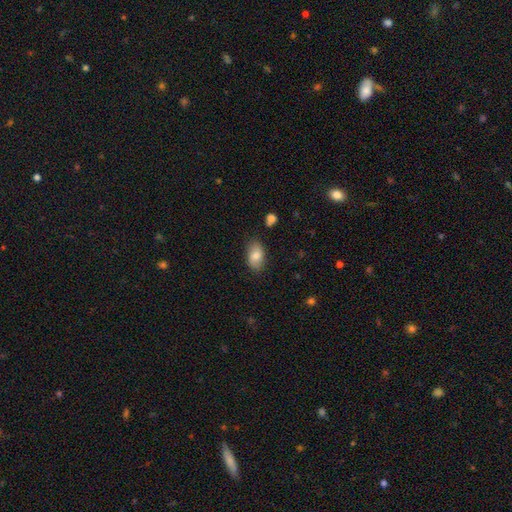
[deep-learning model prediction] This is clearly a smooth galaxy (80%). How rounded: clearly in between (92%). Merging: clearly none (80%).